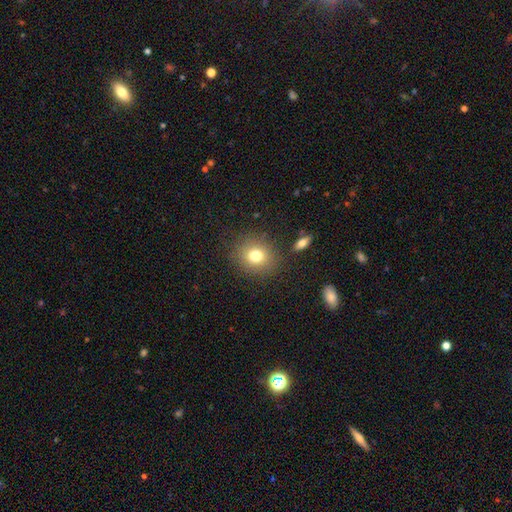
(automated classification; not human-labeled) A smooth galaxy with no disk features (77%) that is round (79%).

Vote fractions:
- Smooth or featured? smooth: 77% / star or artifact: 13% / featured or disk: 11%
- How rounded? round: 79% / in between: 20% / cigar-shaped: 1%
- Merging? none: 85% / minor disturbance: 9% / major disturbance: 4% / merger: 3%